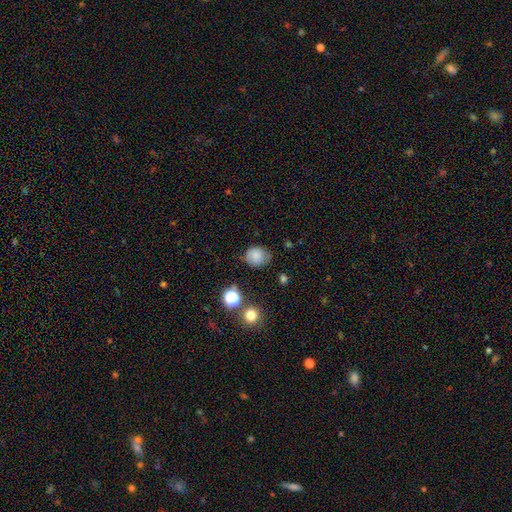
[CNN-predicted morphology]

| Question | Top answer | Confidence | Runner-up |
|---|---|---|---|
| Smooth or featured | smooth | 74% | featured or disk (14%) |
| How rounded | round | 69% | in between (30%) |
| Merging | none | 70% | minor disturbance (22%) |